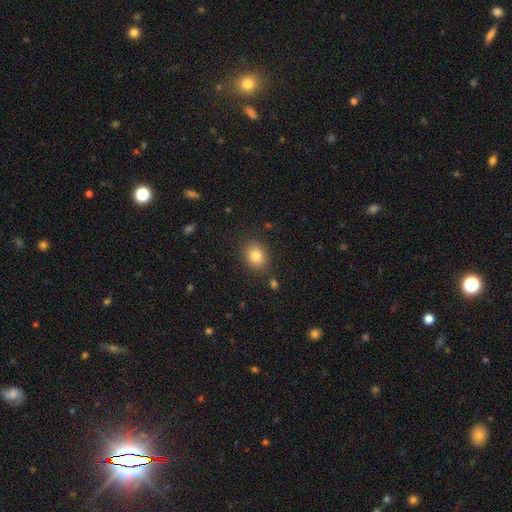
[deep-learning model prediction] smooth_or_featured: smooth (p=0.81) [alt: star or artifact p=0.10]
how_rounded: round (p=0.52) [alt: in between p=0.47]
merging: none (p=0.85) [alt: minor disturbance p=0.10]